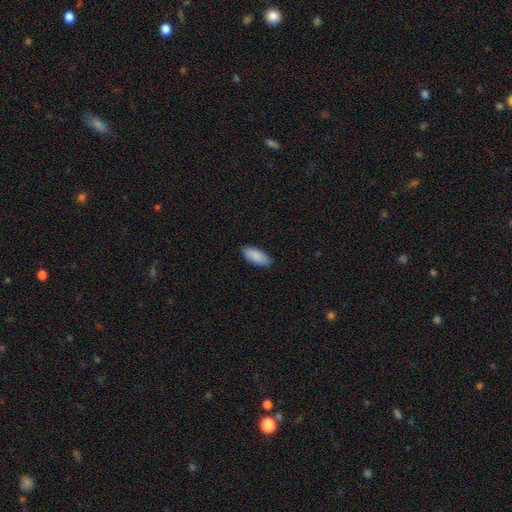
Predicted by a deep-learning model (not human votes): Q: Smooth or featured?
A: smooth (90%); runner-up: star or artifact (5%)
Q: How rounded?
A: in between (83%); runner-up: cigar-shaped (15%)
Q: Merging?
A: none (88%); runner-up: minor disturbance (9%)